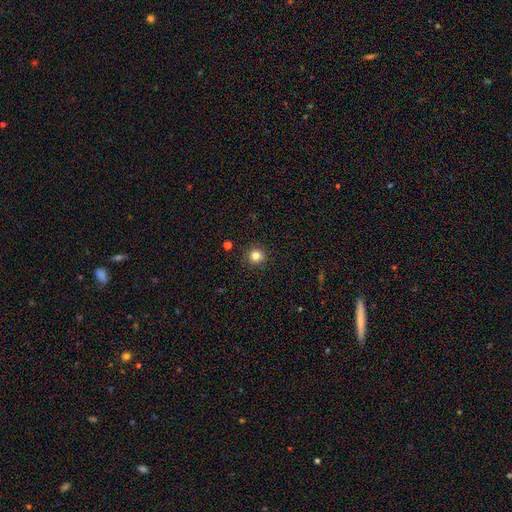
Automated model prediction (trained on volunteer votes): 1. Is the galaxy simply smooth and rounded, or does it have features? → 81% smooth, 13% star or artifact, 6% featured or disk.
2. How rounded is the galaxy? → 94% round, 5% in between, 1% cigar-shaped.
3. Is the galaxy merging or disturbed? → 91% none, 6% minor disturbance, 2% major disturbance, 1% merger.